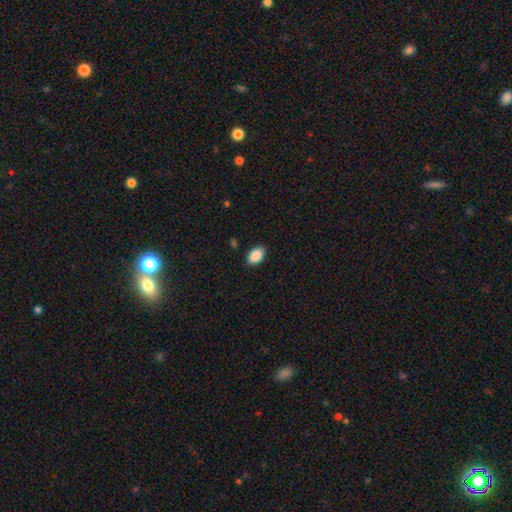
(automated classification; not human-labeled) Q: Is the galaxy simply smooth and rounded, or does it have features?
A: smooth — 90%.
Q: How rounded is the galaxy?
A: in between — 90%.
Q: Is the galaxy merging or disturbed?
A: none — 89%.